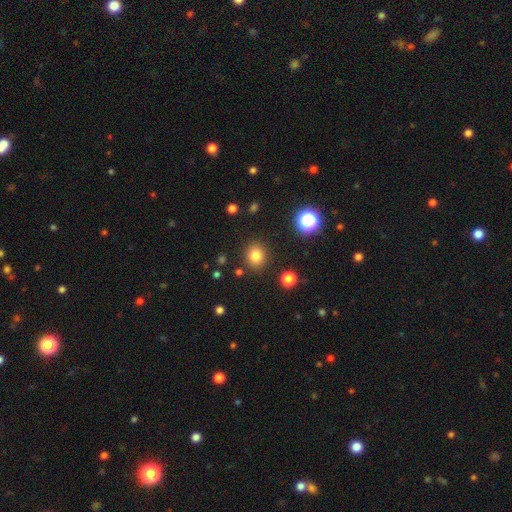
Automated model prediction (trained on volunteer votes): Morphology: type=smooth (80%); roundness=round (78%); merging=none (88%).